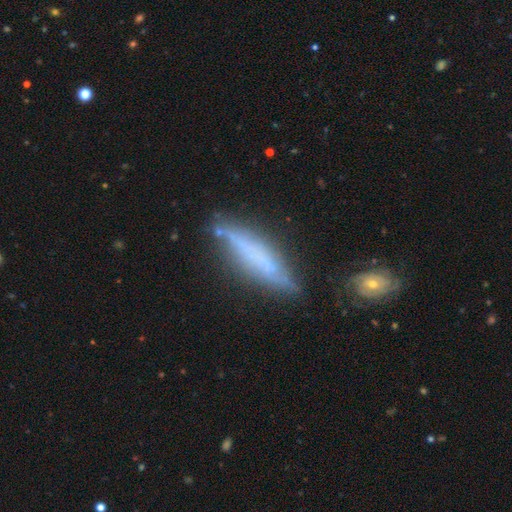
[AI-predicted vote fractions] A featured or disk galaxy (53%) viewed edge-on (85%).

Vote fractions:
- Smooth or featured? featured or disk: 53% / smooth: 38% / star or artifact: 9%
- Edge-on disk? yes: 85% / no: 15%
- Merging? none: 69% / minor disturbance: 21% / major disturbance: 6% / merger: 5%